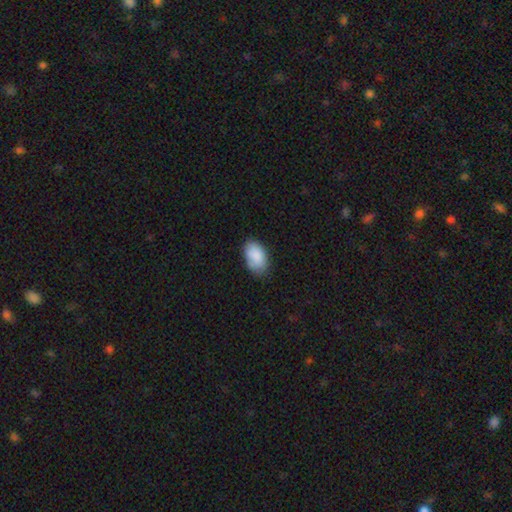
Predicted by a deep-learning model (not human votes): A smooth galaxy with no disk features (88%) that is in between round and cigar-shaped (92%).

Vote fractions:
- Smooth or featured? smooth: 88% / star or artifact: 7% / featured or disk: 6%
- How rounded? in between: 92% / round: 7% / cigar-shaped: 1%
- Merging? none: 73% / minor disturbance: 21% / major disturbance: 4% / merger: 2%